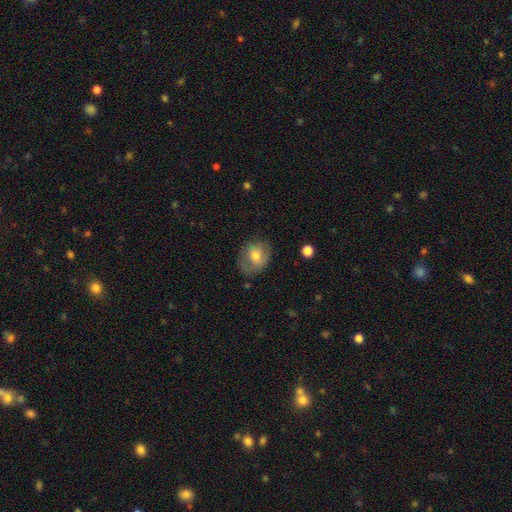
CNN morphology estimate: smooth 67%, featured or disk 25%, star or artifact 8%. Down the decision tree: how rounded — round (56%); merging — none (64%).